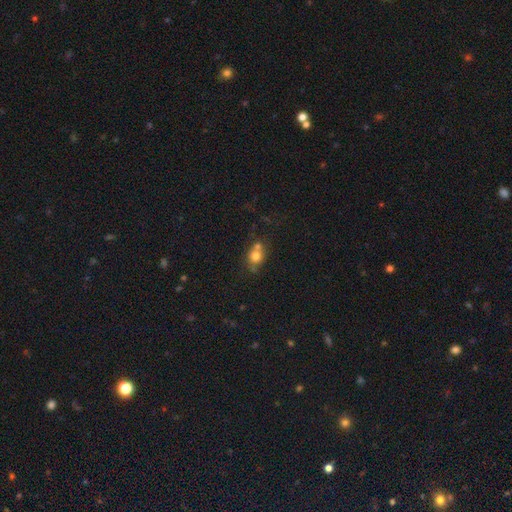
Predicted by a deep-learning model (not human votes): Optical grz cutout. It shows a smooth galaxy with no disk features (73%) that is round (72%). Merging: none (46%).